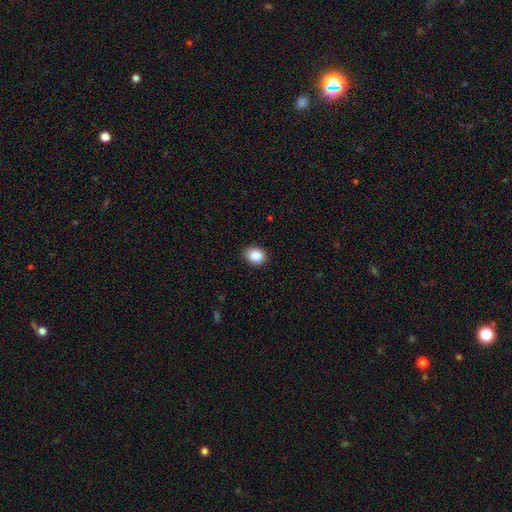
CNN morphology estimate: Overall: smooth (86%). How rounded: in between (51%; round 48%). Merging: none (88%).